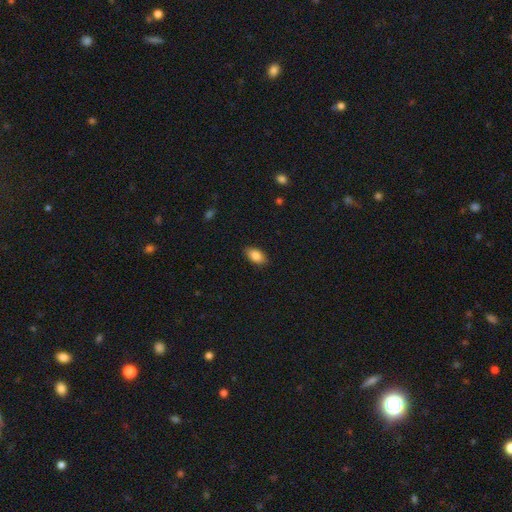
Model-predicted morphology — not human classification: A smooth galaxy with no disk features (86%) that is in between round and cigar-shaped (92%). Merging: none (87%).